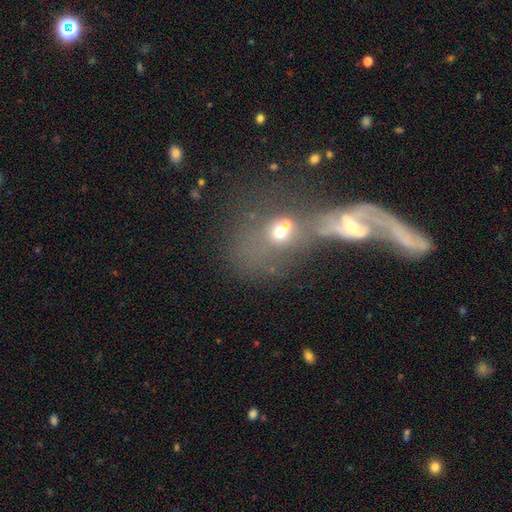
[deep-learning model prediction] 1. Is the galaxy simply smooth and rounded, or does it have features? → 47% featured or disk, 35% smooth, 19% star or artifact.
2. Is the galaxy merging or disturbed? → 69% merger, 14% major disturbance, 12% none, 5% minor disturbance.